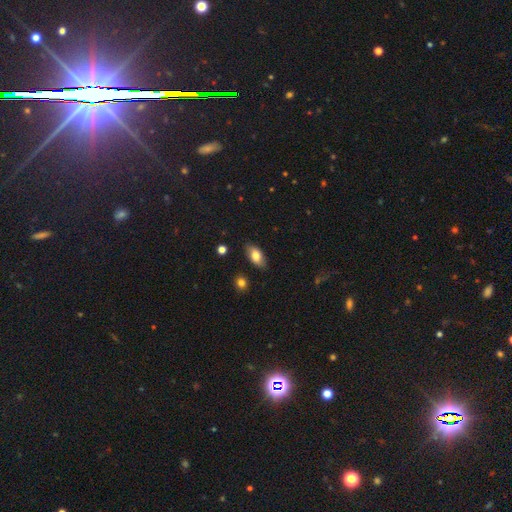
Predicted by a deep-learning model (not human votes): A smooth galaxy with no disk features (76%) that is in between round and cigar-shaped (89%). Merging: none (82%).